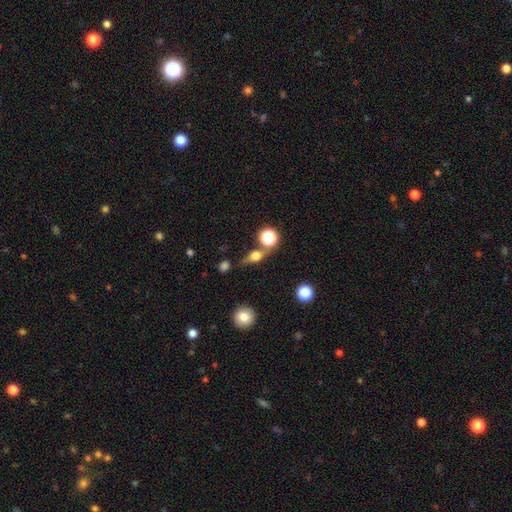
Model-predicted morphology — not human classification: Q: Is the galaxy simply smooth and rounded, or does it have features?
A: smooth — 53%.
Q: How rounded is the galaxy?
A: round — 43%.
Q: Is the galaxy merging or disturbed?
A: none — 60%.